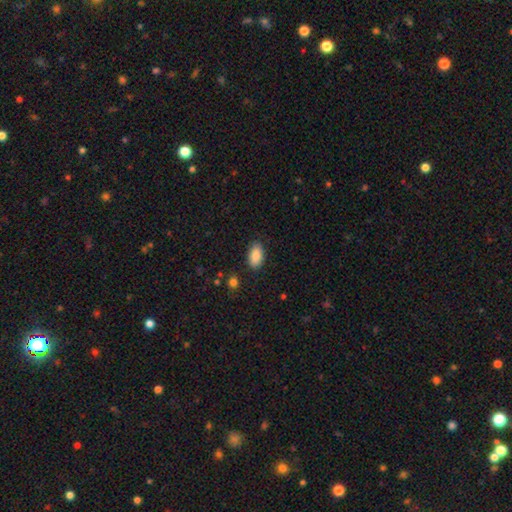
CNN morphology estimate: Q: Smooth or featured?
A: smooth (87%); runner-up: star or artifact (7%)
Q: How rounded?
A: in between (93%); runner-up: round (4%)
Q: Merging?
A: none (85%); runner-up: minor disturbance (11%)